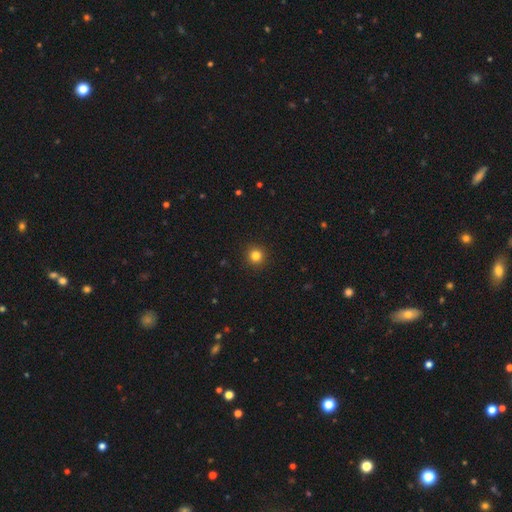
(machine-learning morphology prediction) Smooth or featured: smooth — 82% (star or artifact — 13%)
How rounded: round — 95% (in between — 4%)
Merging: none — 93% (minor disturbance — 5%)